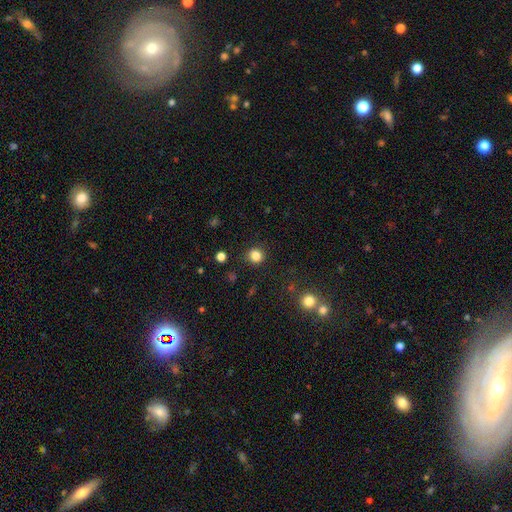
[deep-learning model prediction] Smooth or featured: smooth — 84% (star or artifact — 12%)
How rounded: round — 89% (in between — 10%)
Merging: none — 90% (minor disturbance — 7%)